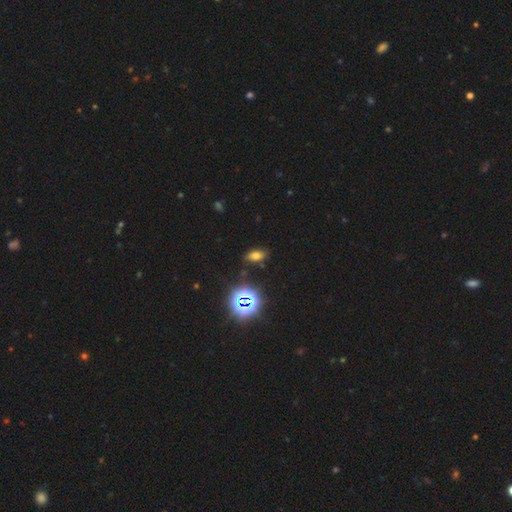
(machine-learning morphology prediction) A smooth galaxy with no disk features (62%) that is in between round and cigar-shaped (85%).

Vote fractions:
- Smooth or featured? smooth: 62% / star or artifact: 27% / featured or disk: 11%
- How rounded? in between: 85% / round: 9% / cigar-shaped: 6%
- Merging? none: 83% / minor disturbance: 11% / major disturbance: 3% / merger: 2%